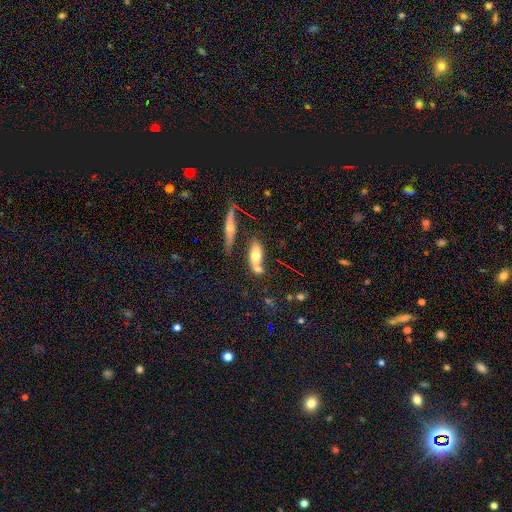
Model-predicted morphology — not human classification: Q: Smooth or featured?
A: smooth (61%); runner-up: featured or disk (30%)
Q: How rounded?
A: in between (74%); runner-up: cigar-shaped (21%)
Q: Merging?
A: none (44%); runner-up: merger (37%)